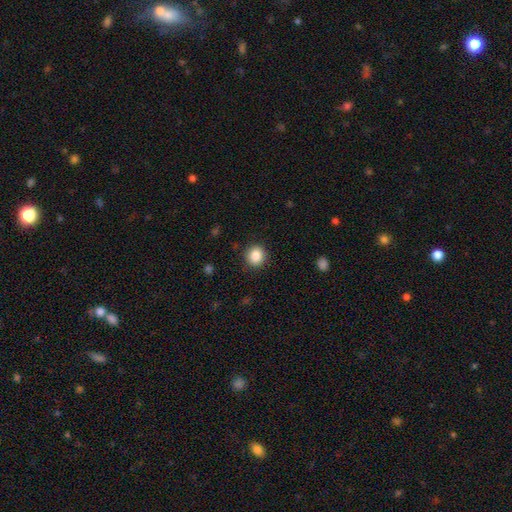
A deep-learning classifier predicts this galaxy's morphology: smooth-or-featured: smooth: 87% | star or artifact: 9% | featured or disk: 4%
  how-rounded: round: 85% | in between: 14% | cigar-shaped: 1%
  merging: none: 90% | minor disturbance: 7% | major disturbance: 2% | merger: 1%